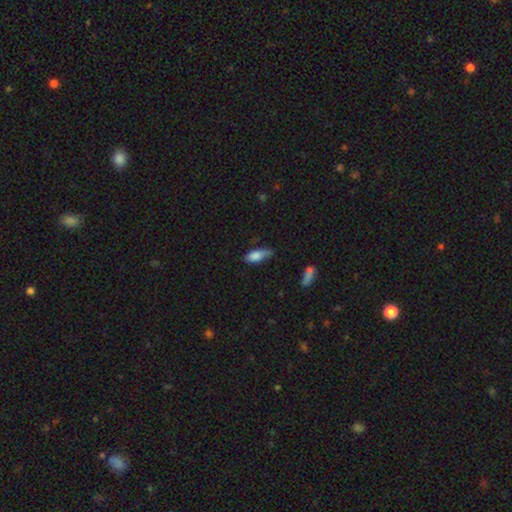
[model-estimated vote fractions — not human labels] Q: Smooth or featured?
A: smooth (81%); runner-up: featured or disk (11%)
Q: How rounded?
A: in between (78%); runner-up: cigar-shaped (19%)
Q: Merging?
A: none (46%); runner-up: minor disturbance (40%)